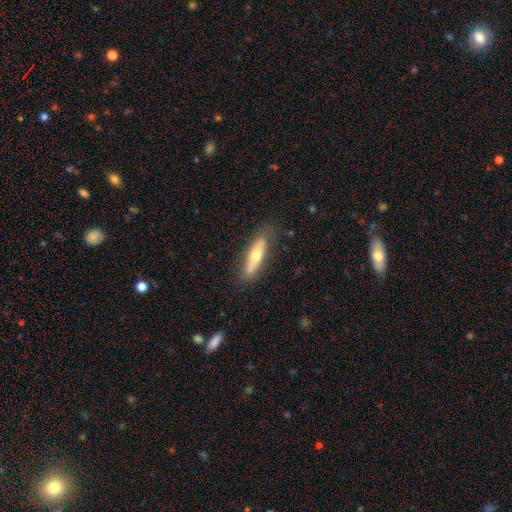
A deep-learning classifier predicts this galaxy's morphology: Smooth or featured? smooth (50%)
Merging? none (78%)